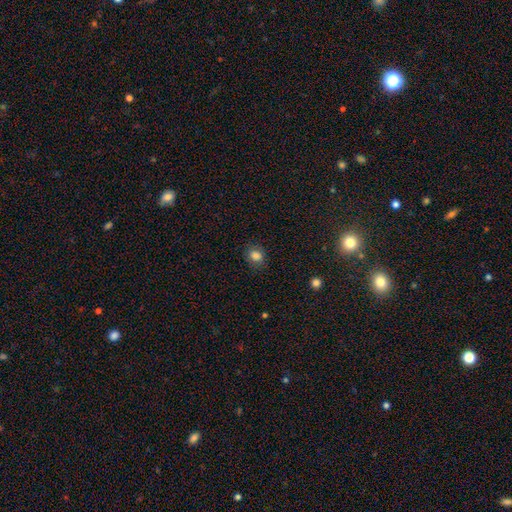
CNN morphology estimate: This is clearly a smooth galaxy (82%). How rounded: possibly in between (49%, tied with round). Merging: clearly none (82%).